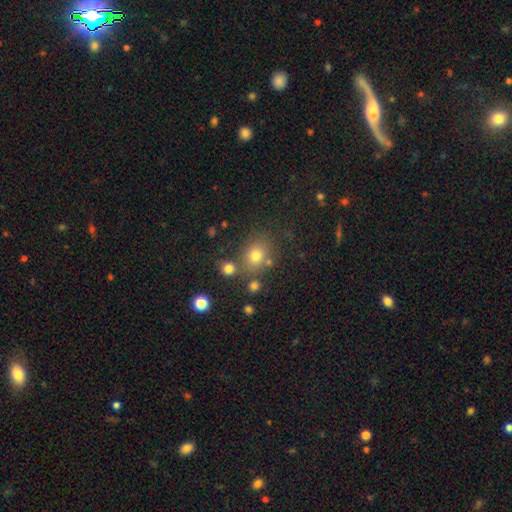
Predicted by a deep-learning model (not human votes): Smooth or featured: smooth — 73% (star or artifact — 17%)
How rounded: round — 67% (in between — 32%)
Merging: none — 71% (merger — 12%)